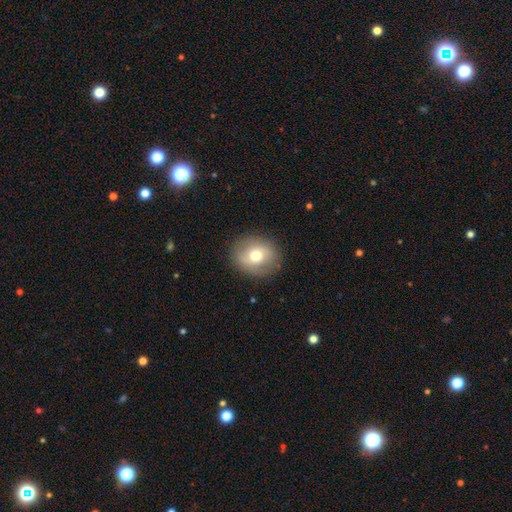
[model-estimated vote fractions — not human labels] Smooth or featured: smooth — 64% (featured or disk — 28%)
How rounded: round — 76% (in between — 23%)
Merging: none — 86% (minor disturbance — 10%)